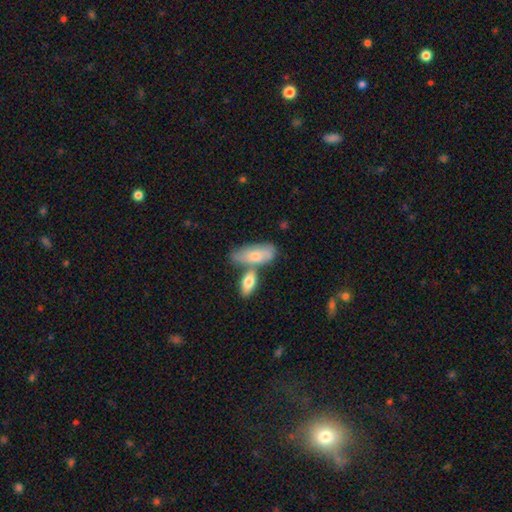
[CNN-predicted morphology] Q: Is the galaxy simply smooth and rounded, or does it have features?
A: smooth — 69%.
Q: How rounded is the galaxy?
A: in between — 83%.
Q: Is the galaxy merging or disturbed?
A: merger — 41%.